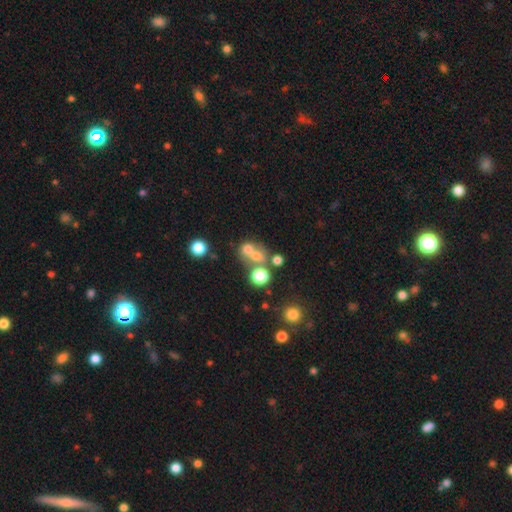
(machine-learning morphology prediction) Smooth or featured?
  - smooth: 62% *
  - star or artifact: 19%
  - featured or disk: 19%
How rounded?
  - round: 69% *
  - in between: 29%
  - cigar-shaped: 1%
Merging?
  - merger: 51% *
  - none: 35%
  - minor disturbance: 8%
  - major disturbance: 6%